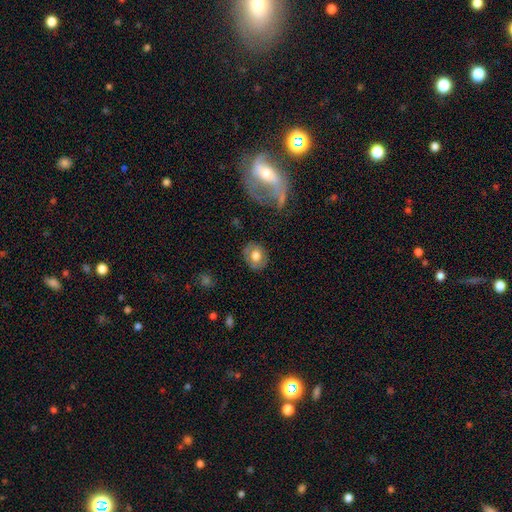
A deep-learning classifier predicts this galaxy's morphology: The model was most divided on "how rounded": round: 60%, in between: 39%, cigar-shaped: 1%. More confident: merging — none (82%); smooth or featured — smooth (67%).